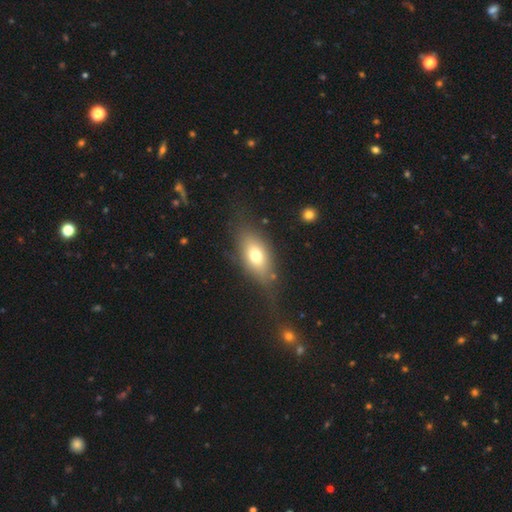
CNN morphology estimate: Q: Smooth or featured?
A: smooth (69%); runner-up: featured or disk (22%)
Q: How rounded?
A: in between (83%); runner-up: cigar-shaped (9%)
Q: Merging?
A: none (66%); runner-up: minor disturbance (19%)